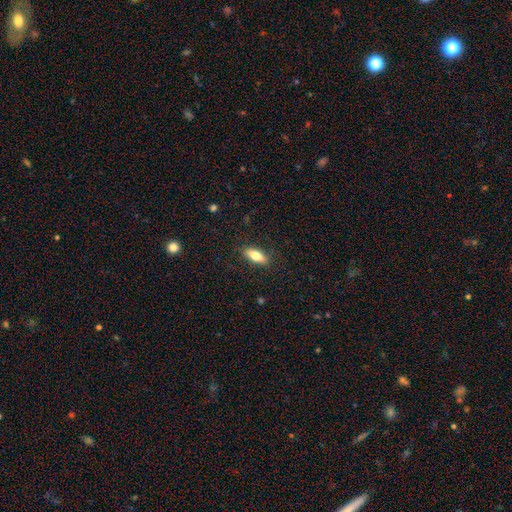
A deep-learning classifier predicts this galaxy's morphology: smooth 73%, featured or disk 20%, star or artifact 7%. Down the decision tree: how rounded — in between (76%); merging — none (86%).